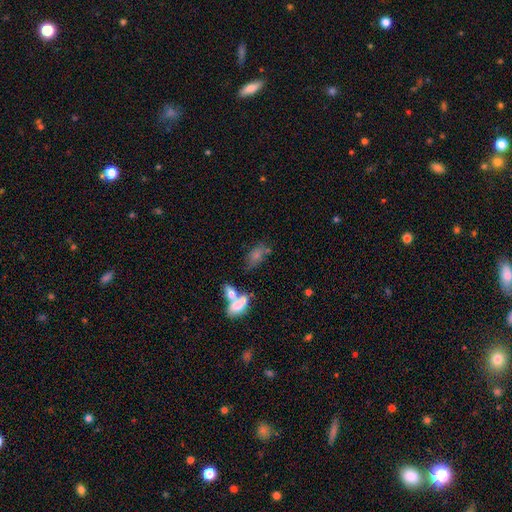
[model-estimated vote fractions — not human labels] smooth_or_featured: smooth (p=0.68) [alt: featured or disk p=0.19]
how_rounded: in between (p=0.84) [alt: cigar-shaped p=0.09]
merging: none (p=0.38) [tied with: merger p=0.38]